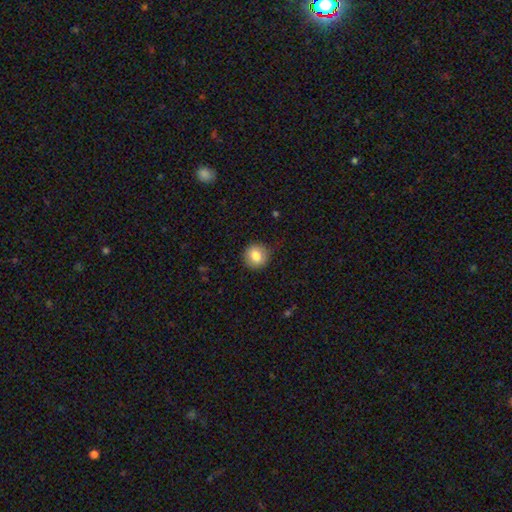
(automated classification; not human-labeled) A smooth galaxy with no disk features (83%) that is round (89%). Merging: none (86%).